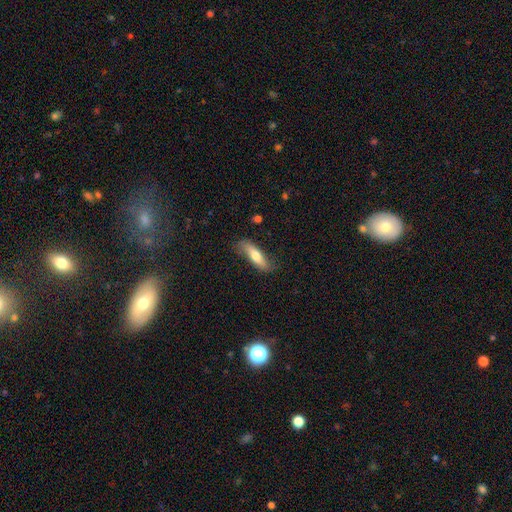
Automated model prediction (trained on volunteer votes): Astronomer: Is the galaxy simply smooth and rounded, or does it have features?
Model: smooth — 65%.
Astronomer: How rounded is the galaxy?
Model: cigar-shaped — 58% (runner-up: in between, 40%).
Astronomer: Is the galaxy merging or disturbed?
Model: none — 71%.